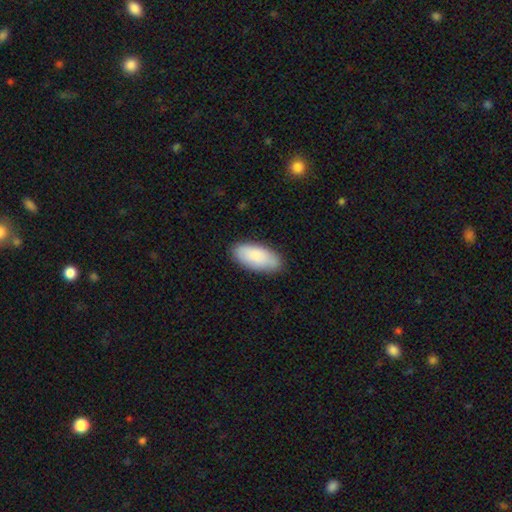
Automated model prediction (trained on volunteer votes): This is clearly a smooth galaxy (84%). How rounded: clearly in between (90%). Merging: clearly none (85%).